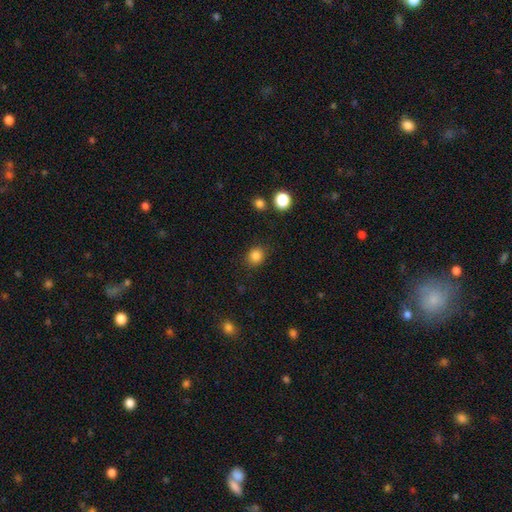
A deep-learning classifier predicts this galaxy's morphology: A smooth galaxy with no disk features (85%) that is round (76%). Merging: none (87%).